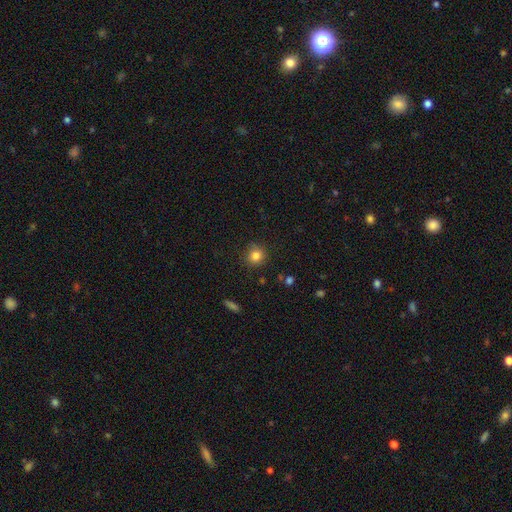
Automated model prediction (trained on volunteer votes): Morphology: type=smooth (83%); roundness=round (89%); merging=none (86%).